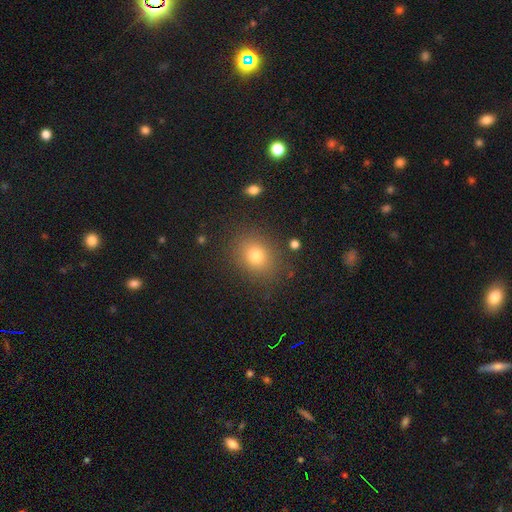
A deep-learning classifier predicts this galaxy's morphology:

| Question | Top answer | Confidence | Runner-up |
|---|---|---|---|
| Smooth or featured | smooth | 77% | star or artifact (14%) |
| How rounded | round | 57% | in between (42%) |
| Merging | none | 85% | minor disturbance (10%) |